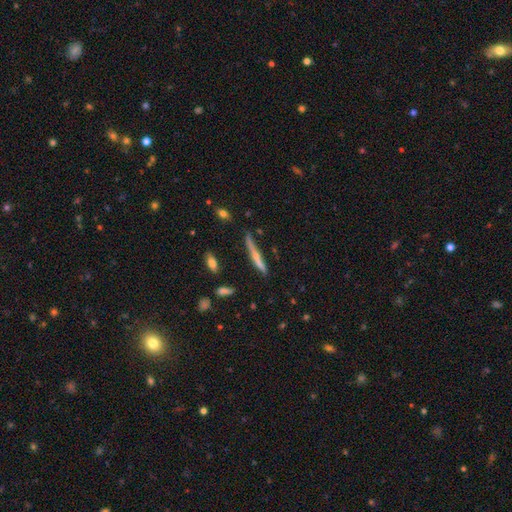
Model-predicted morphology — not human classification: featured or disk 56%, smooth 34%, star or artifact 10%. Down the decision tree: edge-on disk — yes (95%); edge-on bulge — rounded (61%); merging — none (75%).